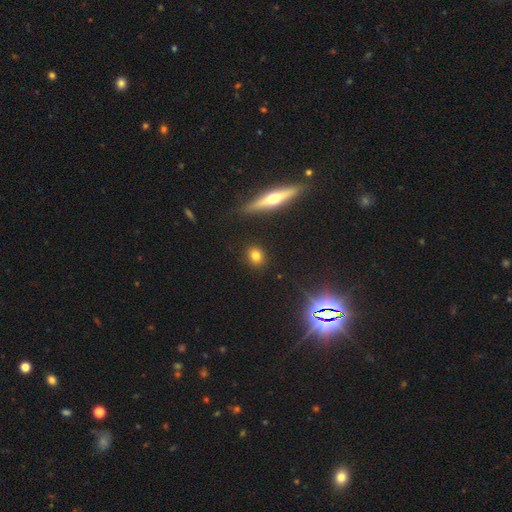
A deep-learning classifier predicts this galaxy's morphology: smooth_or_featured: smooth (p=0.78) [alt: star or artifact p=0.11]
how_rounded: round (p=0.63) [alt: in between p=0.33]
merging: none (p=0.89) [alt: minor disturbance p=0.07]